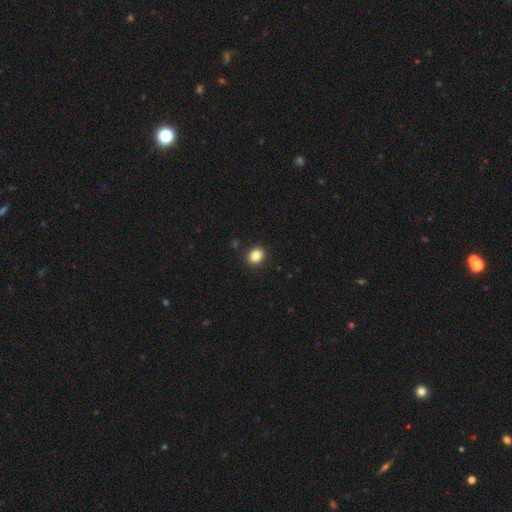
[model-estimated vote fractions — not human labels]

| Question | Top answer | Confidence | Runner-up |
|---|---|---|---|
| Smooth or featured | smooth | 85% | star or artifact (10%) |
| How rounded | round | 58% | in between (42%) |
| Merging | none | 91% | minor disturbance (6%) |